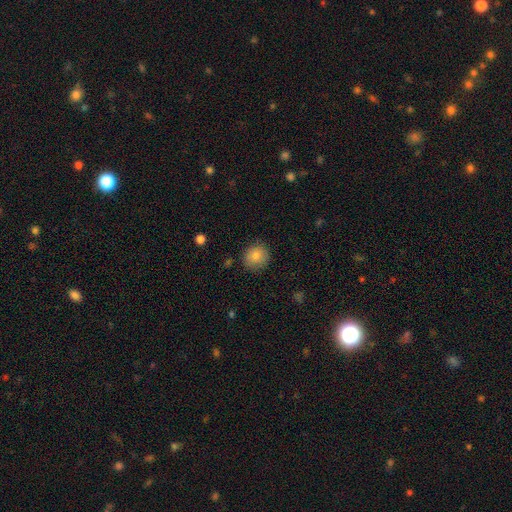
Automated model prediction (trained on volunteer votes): This appears to be a smooth galaxy with no disk features (83%) that is round (88%). Merging: none (85%).